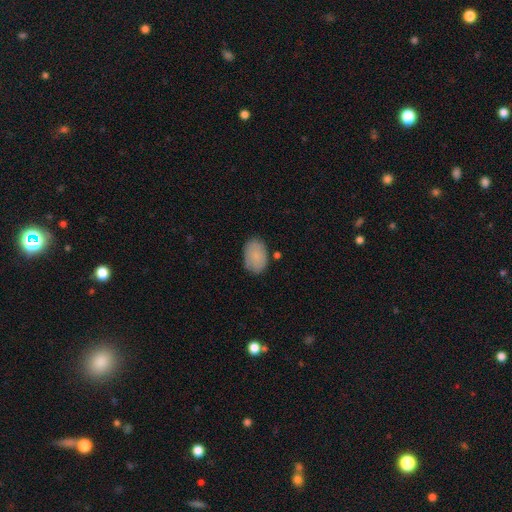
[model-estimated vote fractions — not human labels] A smooth galaxy with no disk features (79%) that is in between round and cigar-shaped (87%). Merging: none (75%).